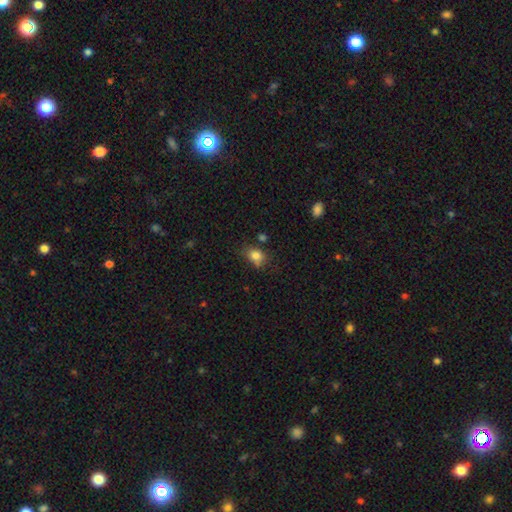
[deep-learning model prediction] Smooth or featured? smooth (82%)
How rounded? in between (58%)
Merging? none (59%)